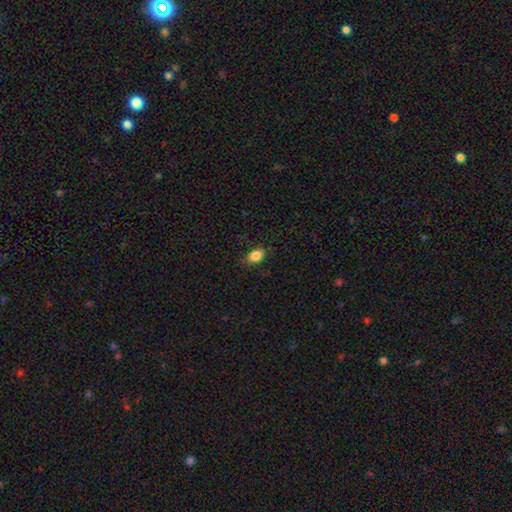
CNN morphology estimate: smooth_or_featured: smooth (p=0.85) [alt: star or artifact p=0.10]
how_rounded: in between (p=0.76) [alt: round p=0.22]
merging: none (p=0.80) [alt: minor disturbance p=0.16]